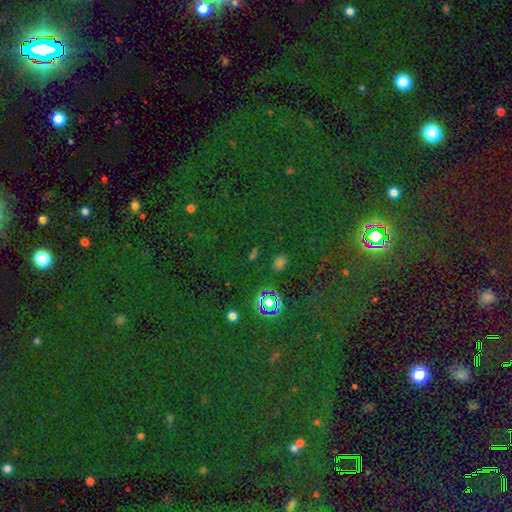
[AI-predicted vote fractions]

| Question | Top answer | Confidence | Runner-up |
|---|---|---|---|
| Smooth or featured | star or artifact | 76% | smooth (16%) |